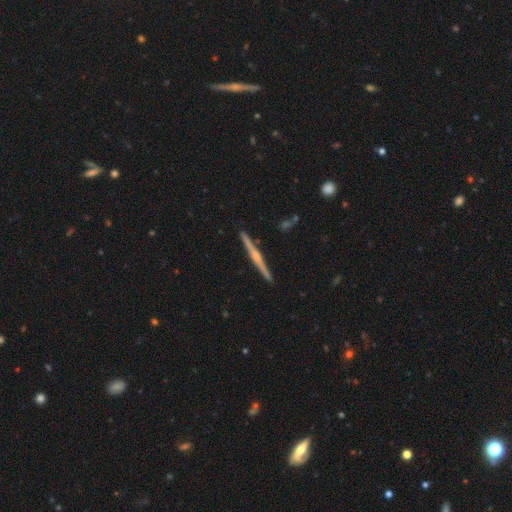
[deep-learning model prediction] A featured or disk galaxy (75%) viewed edge-on (98%) with a rounded central bulge (67%). Merging: none (92%).